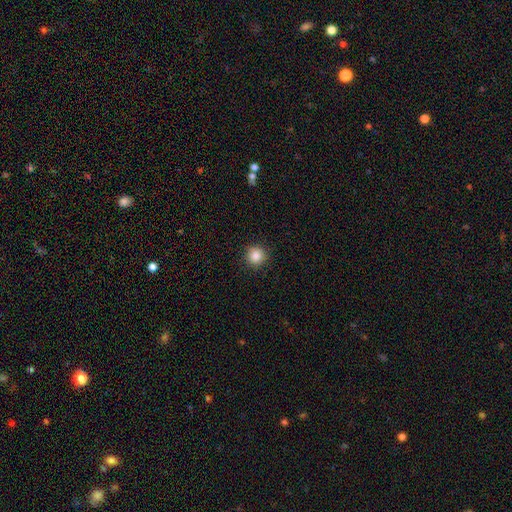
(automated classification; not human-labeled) smooth_or_featured: smooth (p=0.85) [alt: star or artifact p=0.11]
how_rounded: round (p=0.95) [alt: in between p=0.04]
merging: none (p=0.92) [alt: minor disturbance p=0.06]